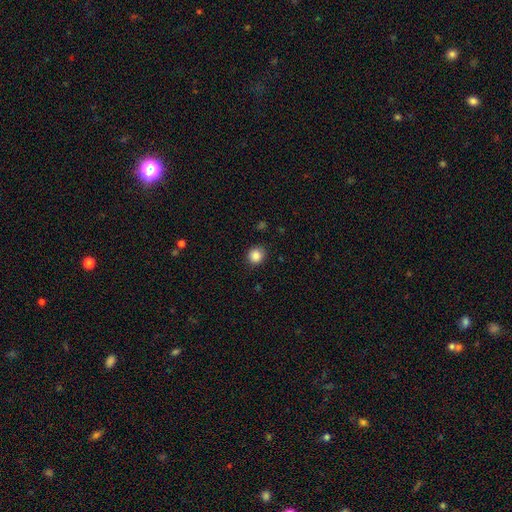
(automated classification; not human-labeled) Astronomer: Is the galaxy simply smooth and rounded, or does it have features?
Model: smooth — 86%.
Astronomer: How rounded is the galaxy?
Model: round — 86%.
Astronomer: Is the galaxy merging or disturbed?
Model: none — 88%.